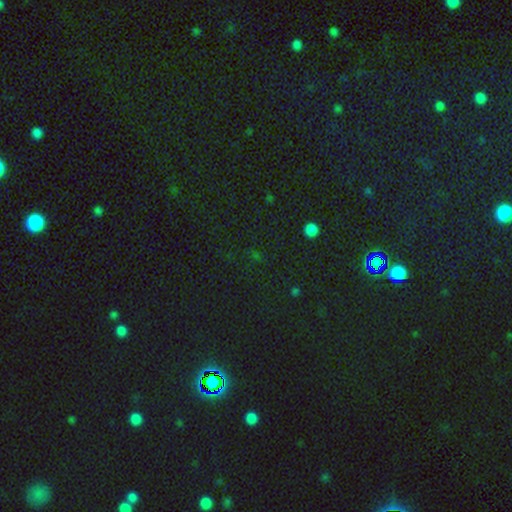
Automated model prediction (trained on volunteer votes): smooth_or_featured: star or artifact (p=0.67) [alt: smooth p=0.26]